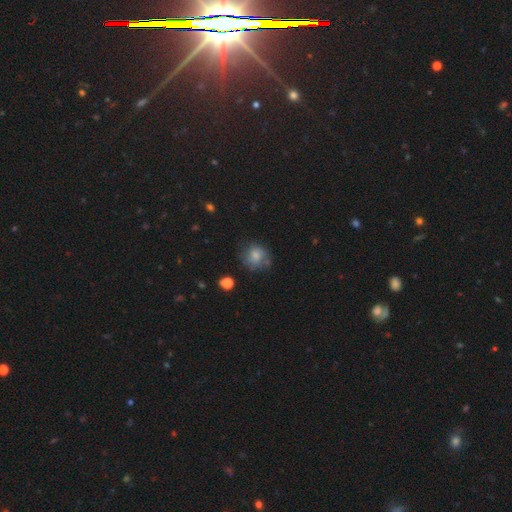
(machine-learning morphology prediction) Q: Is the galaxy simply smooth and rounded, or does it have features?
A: smooth — 72%.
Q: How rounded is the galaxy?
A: round — 81%.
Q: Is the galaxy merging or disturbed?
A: none — 62%.